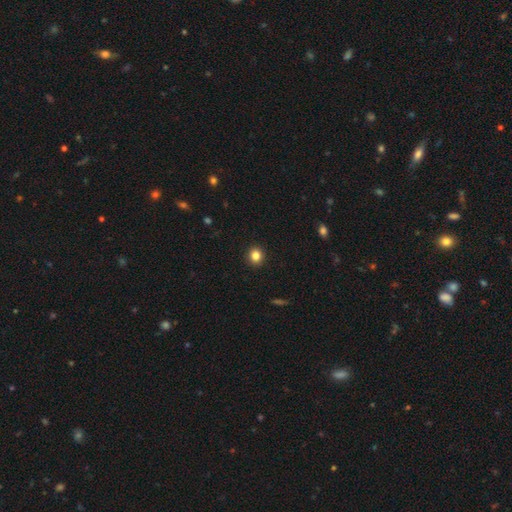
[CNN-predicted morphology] This appears to be a smooth galaxy with no disk features (83%) that is round (84%). Merging: none (93%).